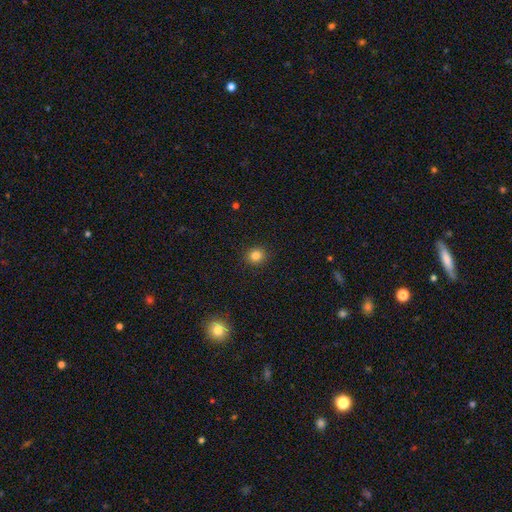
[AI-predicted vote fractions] Smooth or featured?
  - smooth: 83% *
  - star or artifact: 12%
  - featured or disk: 5%
How rounded?
  - round: 84% *
  - in between: 15%
  - cigar-shaped: 1%
Merging?
  - none: 91% *
  - minor disturbance: 6%
  - major disturbance: 2%
  - merger: 1%